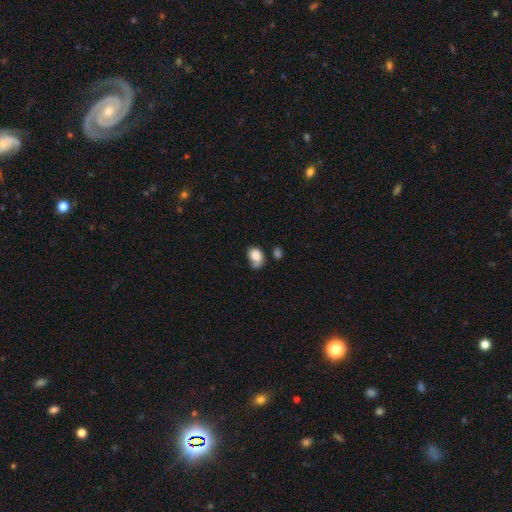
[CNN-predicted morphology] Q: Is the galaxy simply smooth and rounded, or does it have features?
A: smooth — 84%.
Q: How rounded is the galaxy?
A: in between — 69%.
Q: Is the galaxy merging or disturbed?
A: none — 41%.